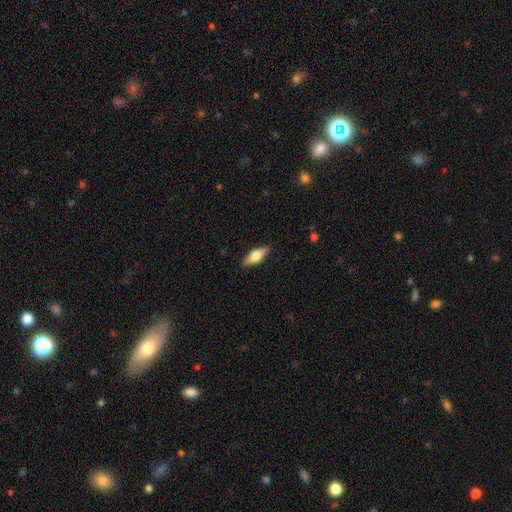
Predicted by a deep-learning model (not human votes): Smooth or featured: smooth — 67% (featured or disk — 27%)
How rounded: in between — 75% (cigar-shaped — 22%)
Merging: none — 87% (minor disturbance — 10%)